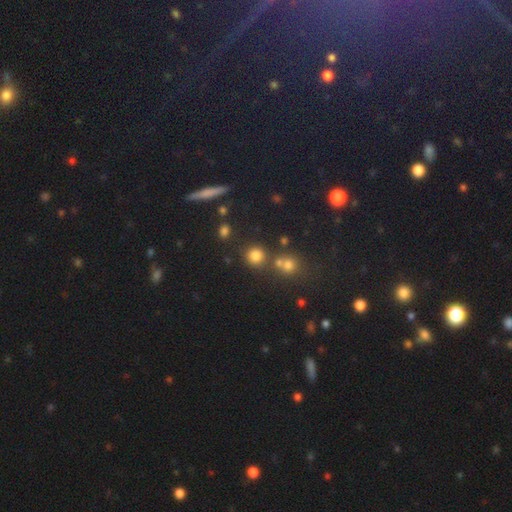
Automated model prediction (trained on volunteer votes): Morphology: type=smooth (76%); roundness=round (90%); merging=none (73%).